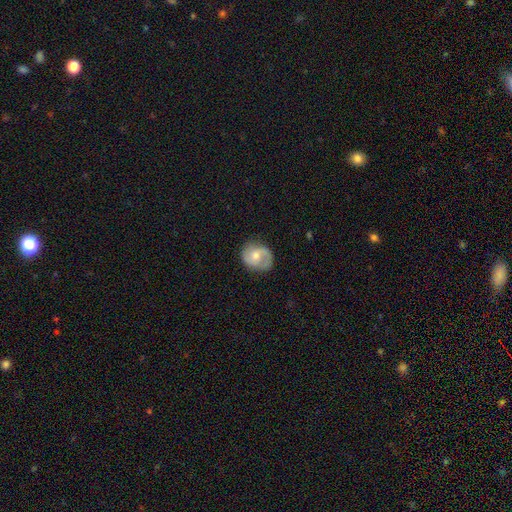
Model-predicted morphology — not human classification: Overall: featured or disk (64%; smooth 29%). Edge-on disk: no (97%). Bar: no (58%; weak 34%). Spiral arms: yes (88%). Spiral arm count: 2 (78%). Spiral winding: medium (45%; tight 31%). Bulge size: moderate (58%; small 37%). Merging: none (75%).